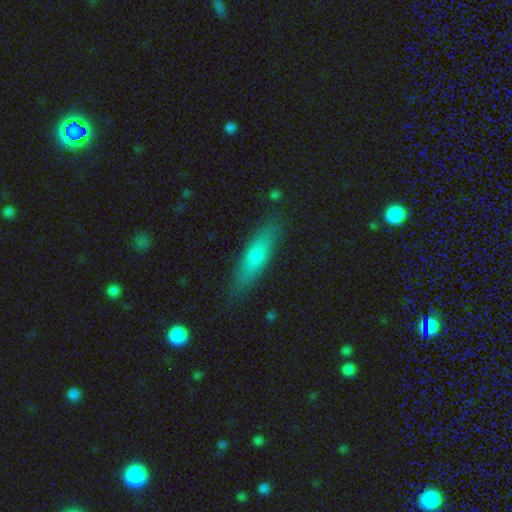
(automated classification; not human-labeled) Smooth or featured?
  - smooth: 71% *
  - featured or disk: 22%
  - star or artifact: 7%
How rounded?
  - cigar-shaped: 69% *
  - in between: 28%
  - round: 2%
Merging?
  - none: 84% *
  - minor disturbance: 12%
  - major disturbance: 3%
  - merger: 2%